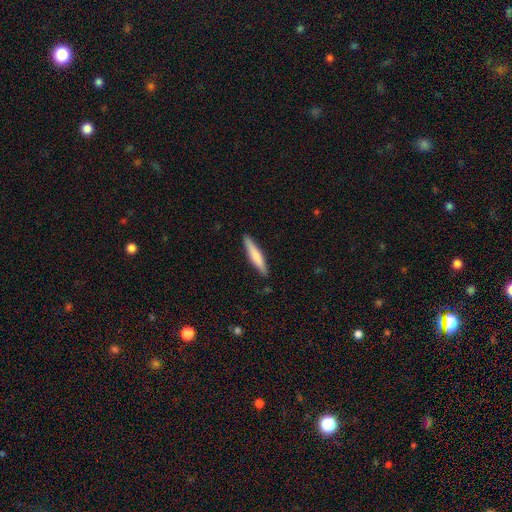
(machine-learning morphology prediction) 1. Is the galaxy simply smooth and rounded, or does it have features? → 71% smooth, 24% featured or disk, 5% star or artifact.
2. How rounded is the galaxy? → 91% cigar-shaped, 8% in between, 1% round.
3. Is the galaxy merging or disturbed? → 89% none, 9% minor disturbance, 2% major disturbance, 1% merger.